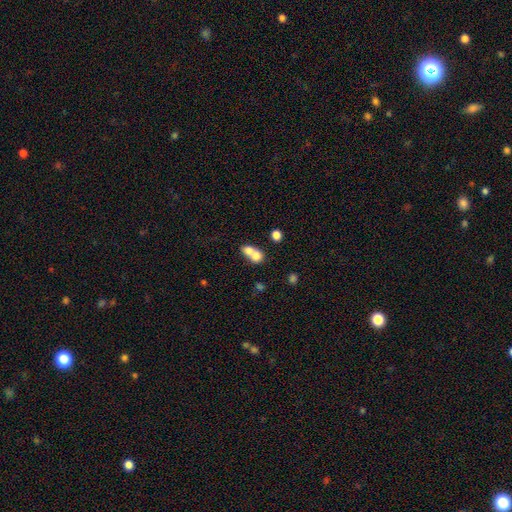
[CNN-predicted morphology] smooth 72%, featured or disk 19%, star or artifact 10%. Down the decision tree: how rounded — round (55%); merging — merger (71%).